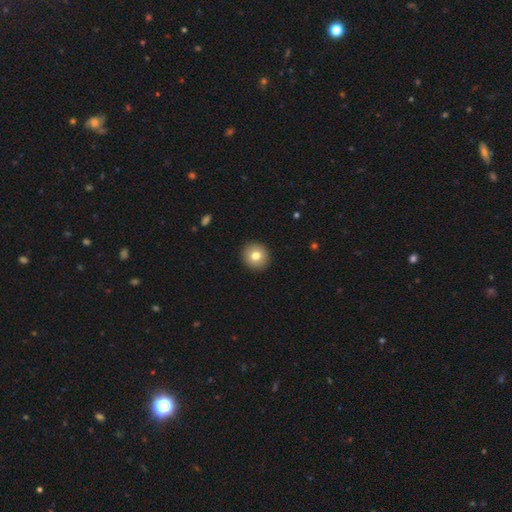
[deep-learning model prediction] Smooth or featured? Predicted: smooth (p=0.78). How rounded? Predicted: round (p=0.90). Merging? Predicted: none (p=0.93).